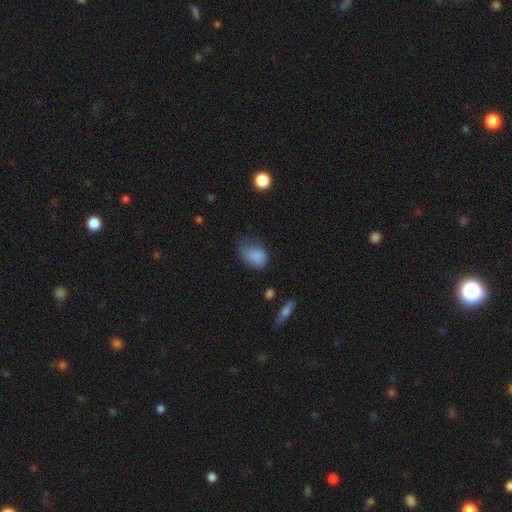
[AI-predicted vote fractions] Smooth or featured? Predicted: smooth (p=0.81). How rounded? Predicted: in between (p=0.76). Merging? Predicted: none (p=0.40).